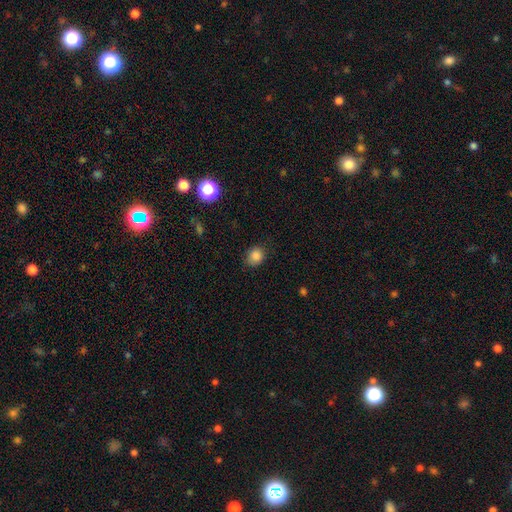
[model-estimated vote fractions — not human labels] Smooth or featured: smooth — 85% (star or artifact — 11%)
How rounded: round — 71% (in between — 28%)
Merging: none — 80% (minor disturbance — 16%)